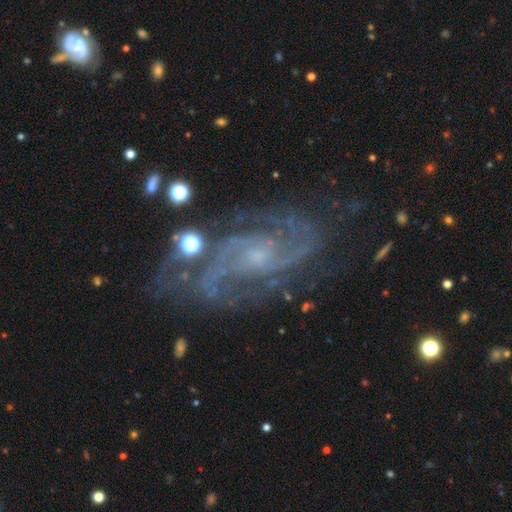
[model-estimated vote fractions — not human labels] Smooth or featured? featured or disk (88%)
Edge-on disk? no (97%)
Bar? no (55%)
Spiral arms? yes (98%)
Spiral winding? medium (50%)
Spiral arm count? 2 (59%)
Bulge size? small (73%)
Merging? none (74%)